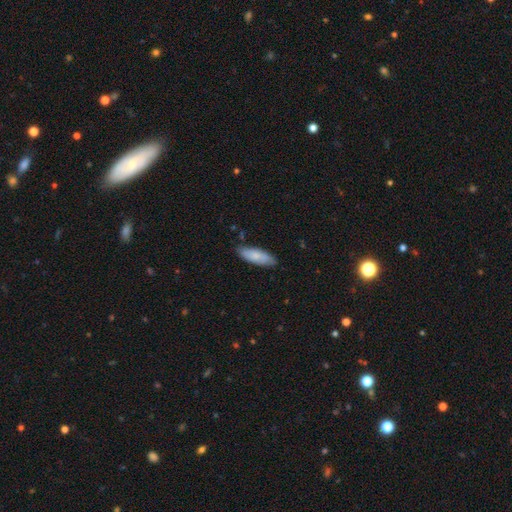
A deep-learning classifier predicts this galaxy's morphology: This is likely a smooth galaxy (79%). How rounded: likely in between (61%). Merging: clearly none (81%).